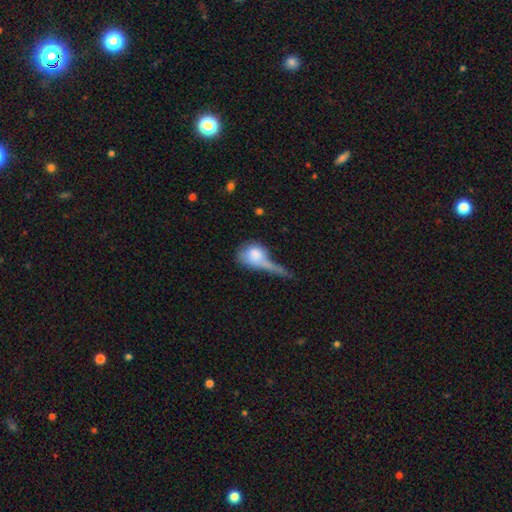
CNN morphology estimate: Smooth or featured? smooth (68%)
How rounded? round (52%)
Merging? major disturbance (40%)